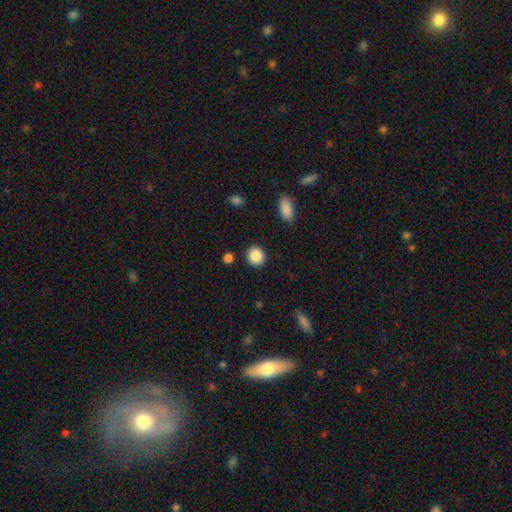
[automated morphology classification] smooth-or-featured: smooth: 88% | star or artifact: 8% | featured or disk: 4%
  how-rounded: round: 87% | in between: 12% | cigar-shaped: 1%
  merging: none: 90% | minor disturbance: 6% | merger: 2% | major disturbance: 2%